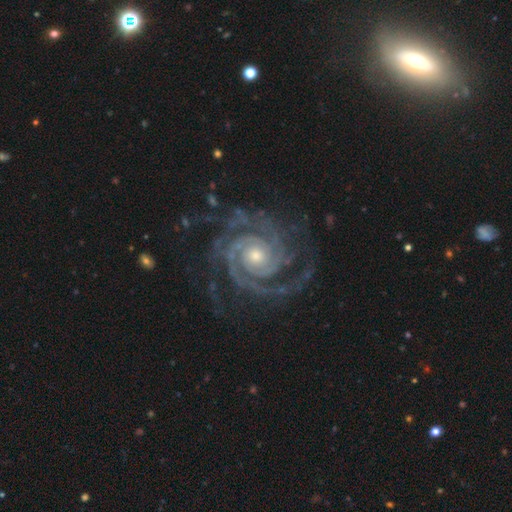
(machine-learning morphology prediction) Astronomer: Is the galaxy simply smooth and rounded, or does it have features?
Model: featured or disk — 93%.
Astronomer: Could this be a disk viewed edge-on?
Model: no — 98%.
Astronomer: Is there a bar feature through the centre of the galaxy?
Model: no — 76%.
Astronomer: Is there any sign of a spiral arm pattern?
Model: yes — 99%.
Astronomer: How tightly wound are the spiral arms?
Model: tight — 76%.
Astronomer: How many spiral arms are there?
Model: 2 — 35% (runner-up: 3, 27%).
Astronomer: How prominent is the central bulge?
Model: small — 47%, tied with moderate at 47%.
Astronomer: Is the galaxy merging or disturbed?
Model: none — 73%.